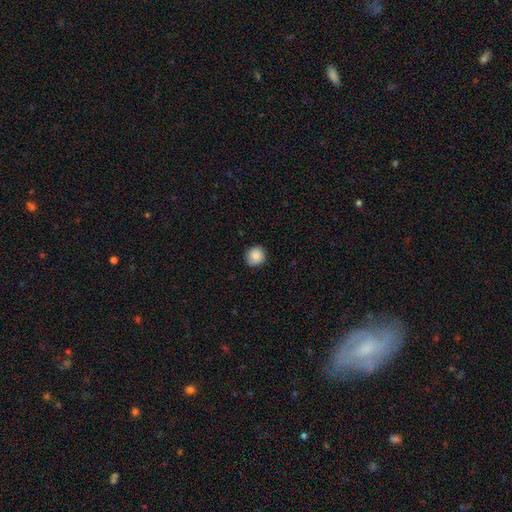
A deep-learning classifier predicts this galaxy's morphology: Smooth or featured?
  - smooth: 88% *
  - star or artifact: 8%
  - featured or disk: 4%
How rounded?
  - round: 91% *
  - in between: 8%
  - cigar-shaped: 1%
Merging?
  - none: 90% *
  - minor disturbance: 7%
  - major disturbance: 2%
  - merger: 1%